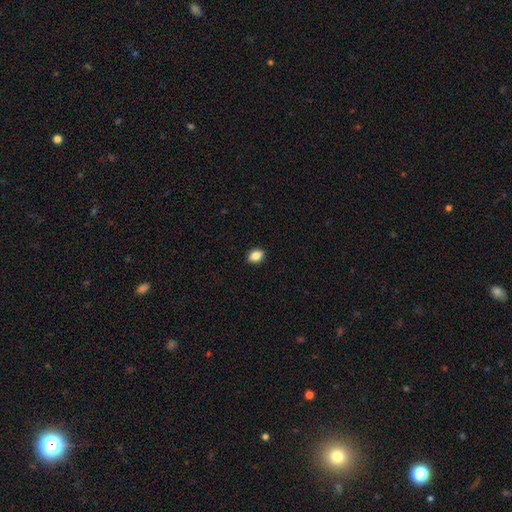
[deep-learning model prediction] Overall: smooth (85%). How rounded: in between (73%). Merging: none (90%).